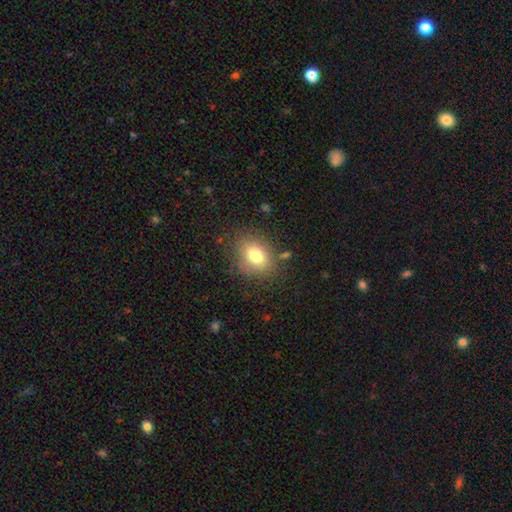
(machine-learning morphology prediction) A smooth galaxy with no disk features (77%) that is in between round and cigar-shaped (59%). Merging: none (80%).